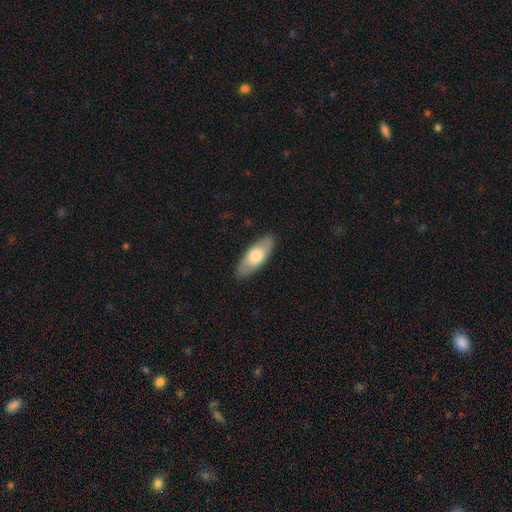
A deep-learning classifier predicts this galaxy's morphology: Smooth or featured?
  - smooth: 67% *
  - featured or disk: 27%
  - star or artifact: 5%
How rounded?
  - in between: 77% *
  - cigar-shaped: 21%
  - round: 2%
Merging?
  - none: 87% *
  - minor disturbance: 10%
  - major disturbance: 2%
  - merger: 1%